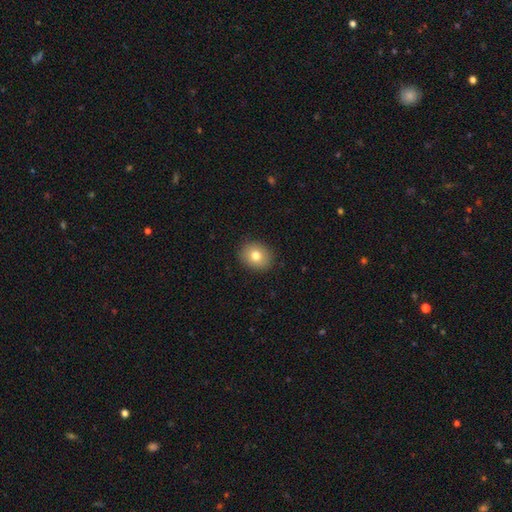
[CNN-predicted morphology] Smooth or featured? smooth (78%)
How rounded? round (62%)
Merging? none (89%)